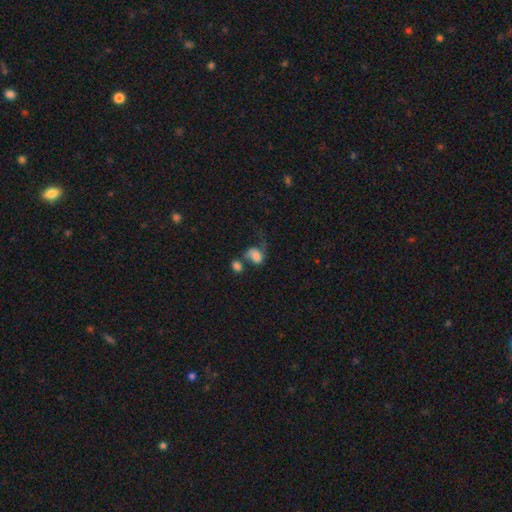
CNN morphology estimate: Smooth or featured? Predicted: smooth (p=0.64). How rounded? Predicted: in between (p=0.63). Merging? Predicted: merger (p=0.41).